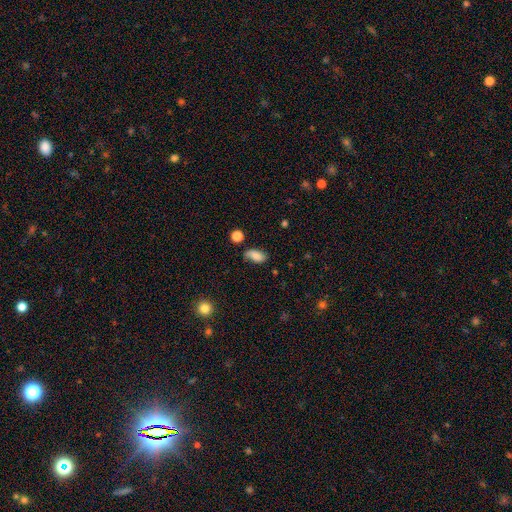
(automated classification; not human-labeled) smooth_or_featured: smooth (p=0.71) [alt: featured or disk p=0.19]
how_rounded: in between (p=0.89) [alt: round p=0.06]
merging: none (p=0.62) [alt: minor disturbance p=0.26]